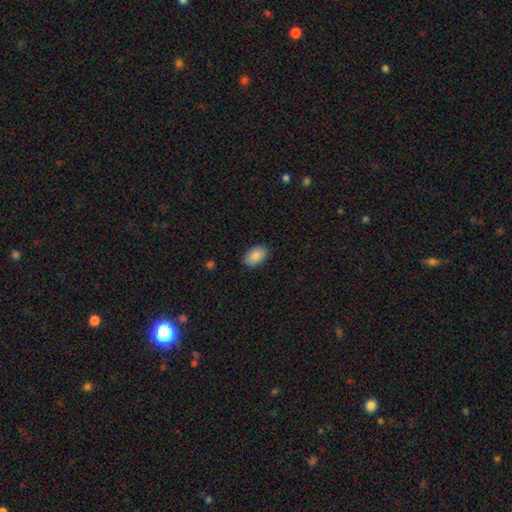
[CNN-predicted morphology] Smooth or featured? smooth (88%)
How rounded? in between (89%)
Merging? none (87%)